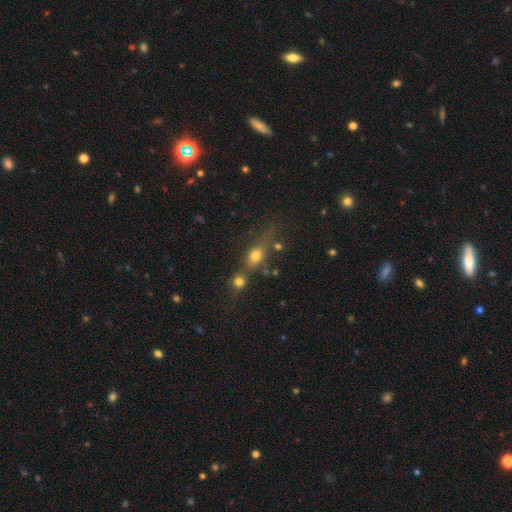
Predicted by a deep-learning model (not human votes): smooth_or_featured: smooth (p=0.62) [alt: featured or disk p=0.20]
how_rounded: in between (p=0.45) [alt: round p=0.37]
merging: none (p=0.44) [alt: merger p=0.34]